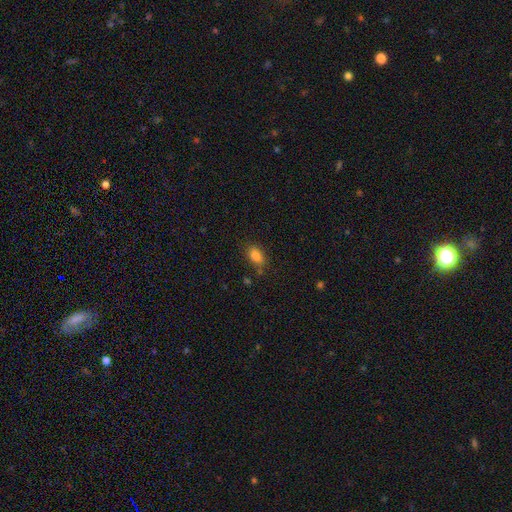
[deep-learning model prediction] A smooth galaxy with no disk features (85%) that is in between round and cigar-shaped (87%).

Vote fractions:
- Smooth or featured? smooth: 85% / star or artifact: 10% / featured or disk: 5%
- How rounded? in between: 87% / round: 10% / cigar-shaped: 3%
- Merging? none: 75% / minor disturbance: 16% / major disturbance: 5% / merger: 4%